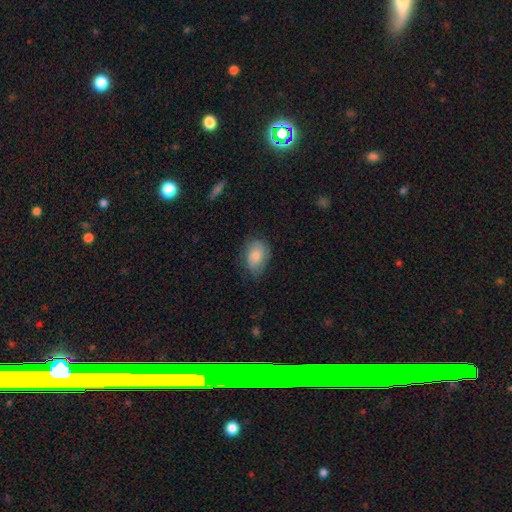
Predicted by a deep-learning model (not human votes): smooth_or_featured: smooth (p=0.77) [alt: featured or disk p=0.16]
how_rounded: in between (p=0.83) [alt: round p=0.16]
merging: none (p=0.65) [alt: minor disturbance p=0.26]